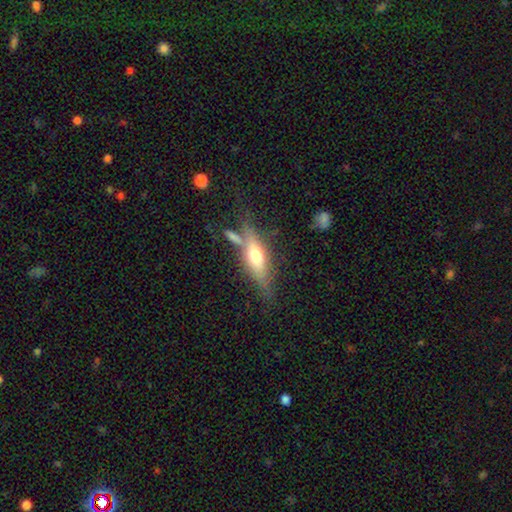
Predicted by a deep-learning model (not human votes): The model was most divided on "smooth or featured": featured or disk: 47%, smooth: 45%, star or artifact: 8%. More confident: merging — none (62%).